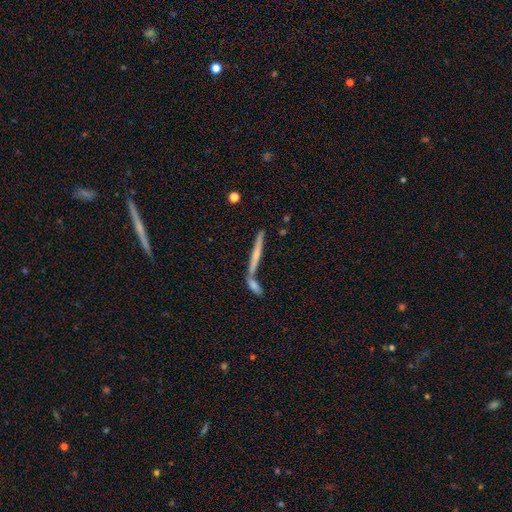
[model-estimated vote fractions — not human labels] smooth-or-featured: featured or disk: 54% | smooth: 38% | star or artifact: 8%
  disk-edge-on: yes: 95% | no: 5%
    edge-on-bulge: none: 49% | rounded: 43% | boxy: 8%
  merging: none: 65% | merger: 23% | minor disturbance: 9% | major disturbance: 3%